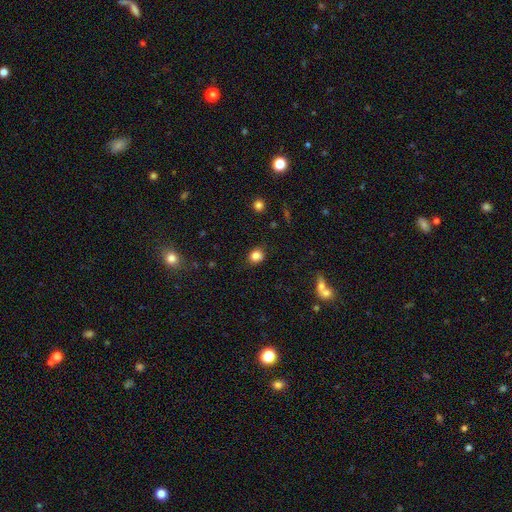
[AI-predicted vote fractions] The model was most divided on "how rounded": round: 70%, in between: 29%, cigar-shaped: 1%. More confident: smooth or featured — smooth (82%); merging — none (79%).